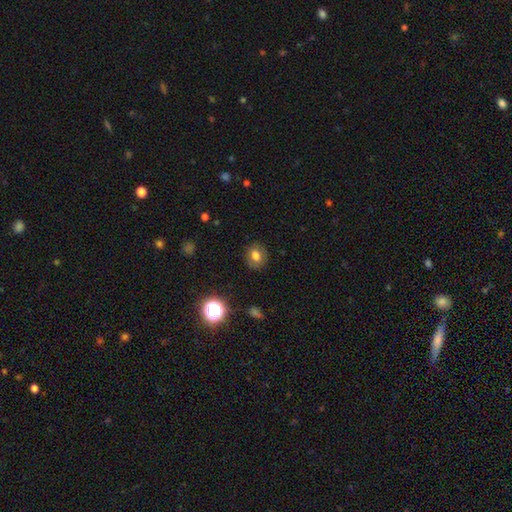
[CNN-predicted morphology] Smooth or featured? smooth (76%)
How rounded? round (69%)
Merging? none (87%)